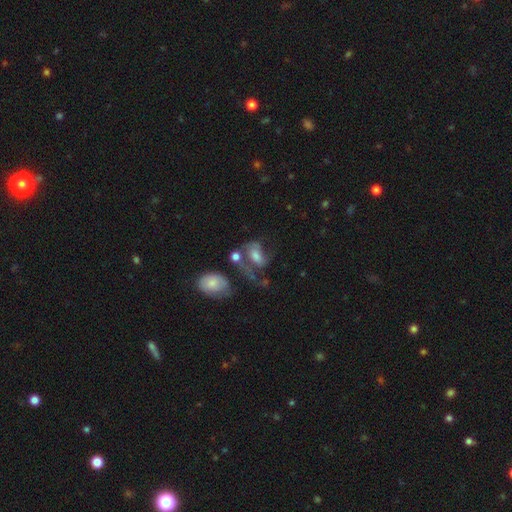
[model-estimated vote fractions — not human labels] A featured or disk galaxy (47%). Merging: major disturbance (34%).